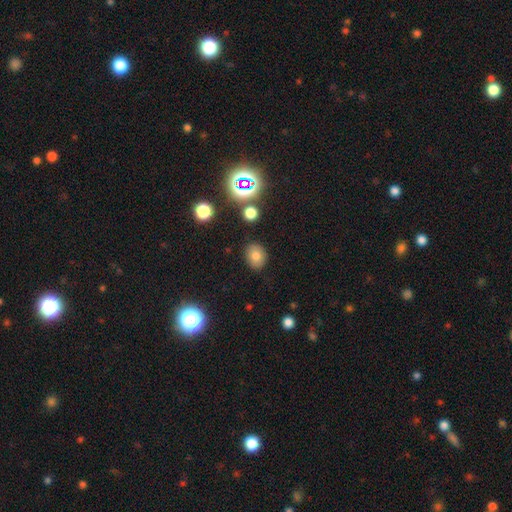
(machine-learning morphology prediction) smooth-or-featured: smooth: 75% | star or artifact: 15% | featured or disk: 10%
  how-rounded: round: 51% | in between: 48% | cigar-shaped: 1%
  merging: none: 85% | minor disturbance: 10% | major disturbance: 3% | merger: 2%